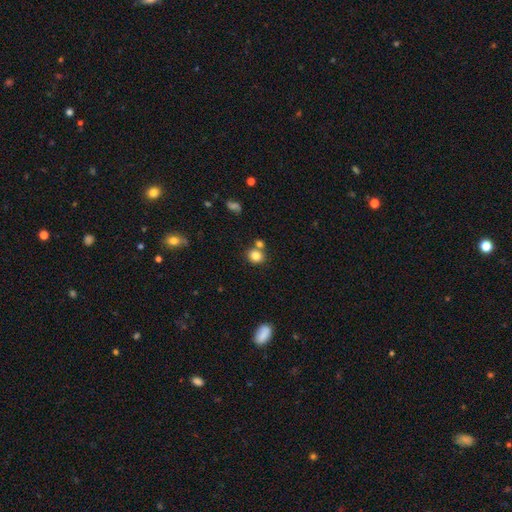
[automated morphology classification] Smooth or featured? smooth (82%)
How rounded? round (75%)
Merging? none (64%)